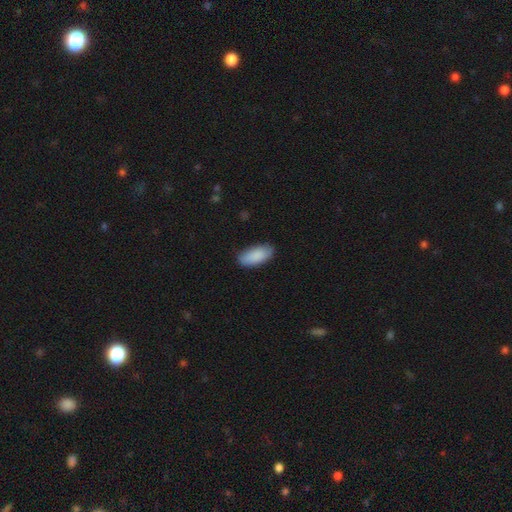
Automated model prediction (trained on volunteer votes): smooth 90%, star or artifact 6%, featured or disk 5%. Down the decision tree: how rounded — in between (91%); merging — none (83%).